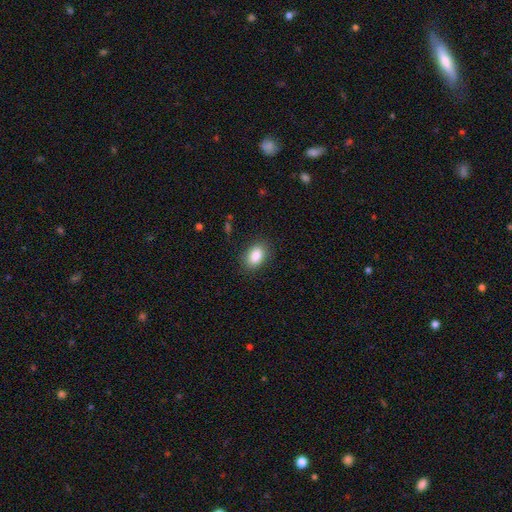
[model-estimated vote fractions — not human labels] Smooth or featured?
  - smooth: 87% *
  - star or artifact: 8%
  - featured or disk: 6%
How rounded?
  - in between: 85% *
  - round: 14%
  - cigar-shaped: 1%
Merging?
  - none: 84% *
  - minor disturbance: 11%
  - major disturbance: 3%
  - merger: 1%